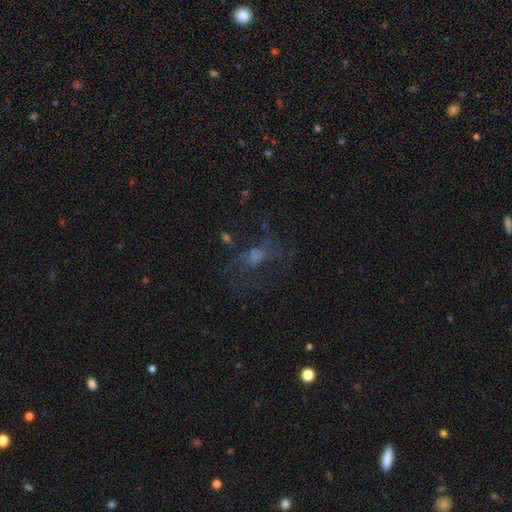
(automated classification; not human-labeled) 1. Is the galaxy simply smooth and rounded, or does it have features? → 50% featured or disk, 26% smooth, 23% star or artifact.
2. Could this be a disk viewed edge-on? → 95% no, 5% yes.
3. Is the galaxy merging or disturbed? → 45% none, 36% major disturbance, 15% minor disturbance, 3% merger.